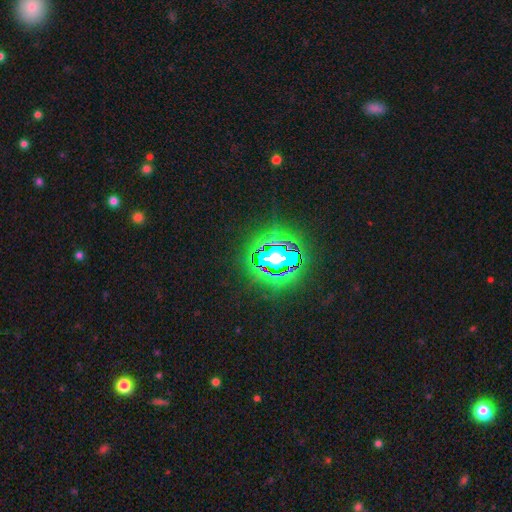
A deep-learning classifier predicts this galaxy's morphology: Q: Smooth or featured?
A: star or artifact (85%); runner-up: smooth (9%)